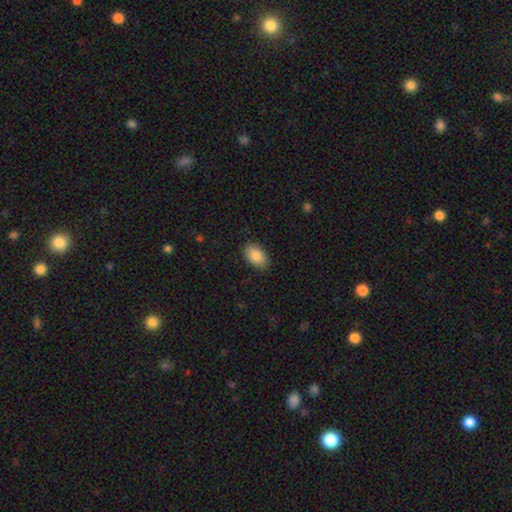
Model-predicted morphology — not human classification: This is clearly a smooth galaxy (88%). How rounded: clearly in between (92%). Merging: clearly none (87%).